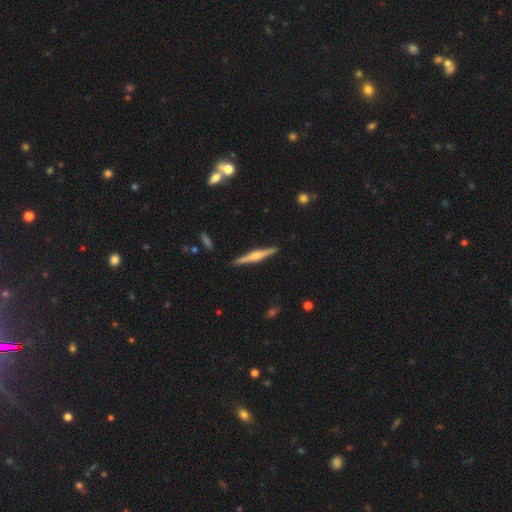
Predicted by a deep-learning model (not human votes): featured or disk 74%, smooth 20%, star or artifact 5%. Down the decision tree: edge-on disk — yes (98%); edge-on bulge — rounded (87%); merging — none (92%).